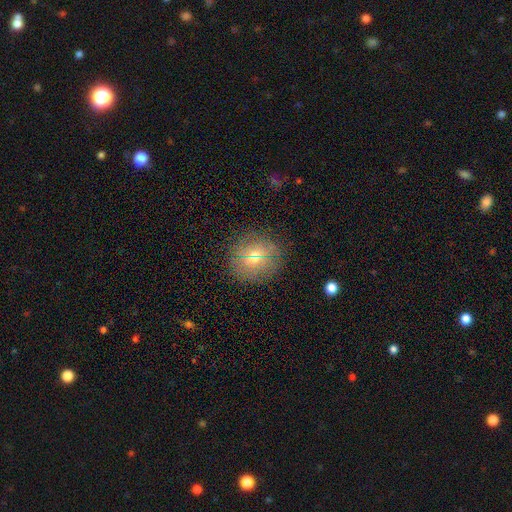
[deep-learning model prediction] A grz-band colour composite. It shows a smooth galaxy with no disk features (58%) that is round (84%). Merging: none (82%).